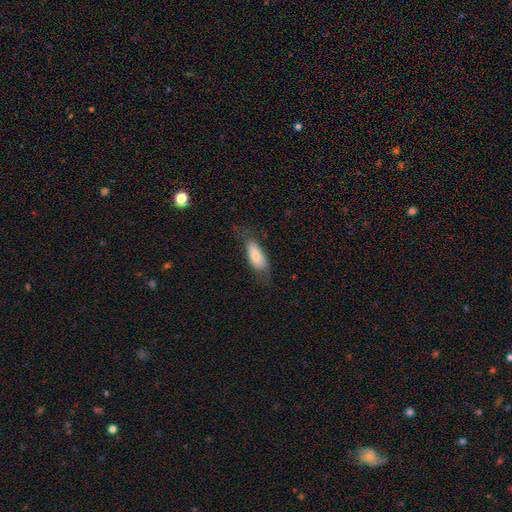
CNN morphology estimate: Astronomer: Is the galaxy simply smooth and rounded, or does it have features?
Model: smooth — 73%.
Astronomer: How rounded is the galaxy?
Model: in between — 81%.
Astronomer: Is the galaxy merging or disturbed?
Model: none — 63%.